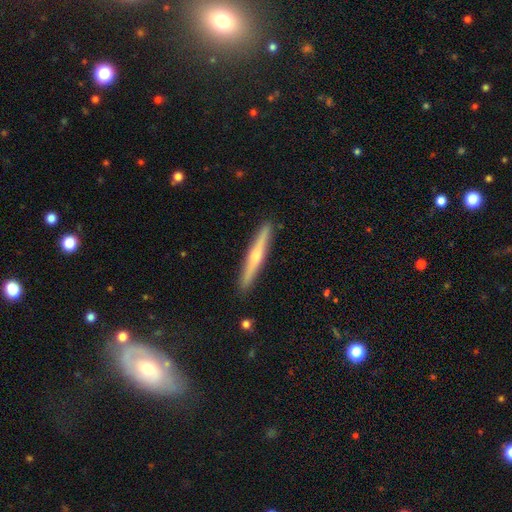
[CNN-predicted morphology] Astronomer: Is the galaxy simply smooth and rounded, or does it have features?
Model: featured or disk — 60%.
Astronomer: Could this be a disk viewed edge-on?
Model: yes — 98%.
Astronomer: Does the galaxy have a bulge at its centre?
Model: rounded — 77%.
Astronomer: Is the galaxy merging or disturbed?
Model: none — 92%.